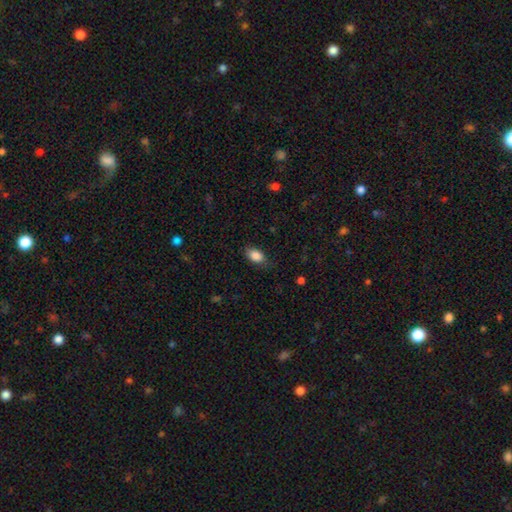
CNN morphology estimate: smooth 87%, star or artifact 8%, featured or disk 5%. Down the decision tree: how rounded — in between (87%); merging — none (75%).